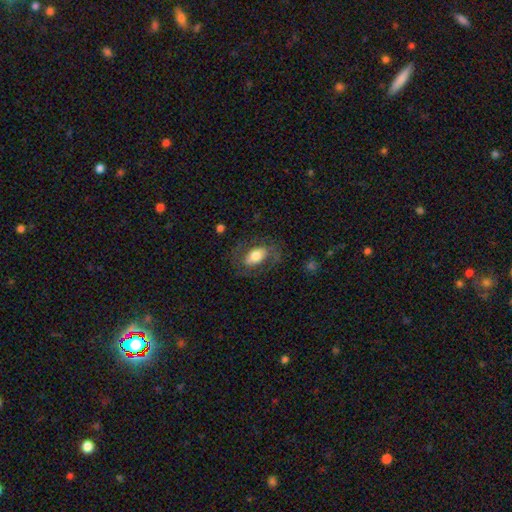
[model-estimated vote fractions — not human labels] The model was most divided on "smooth or featured": smooth: 56%, featured or disk: 37%, star or artifact: 7%. More confident: how rounded — in between (89%); merging — none (68%).